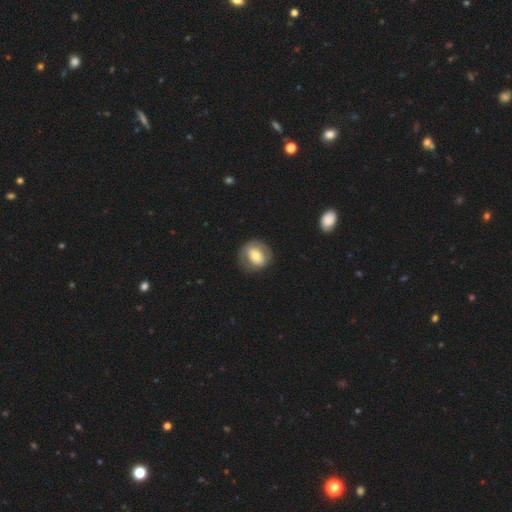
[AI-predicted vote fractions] Overall: smooth (56%; featured or disk 37%). How rounded: round (70%). Merging: none (77%).